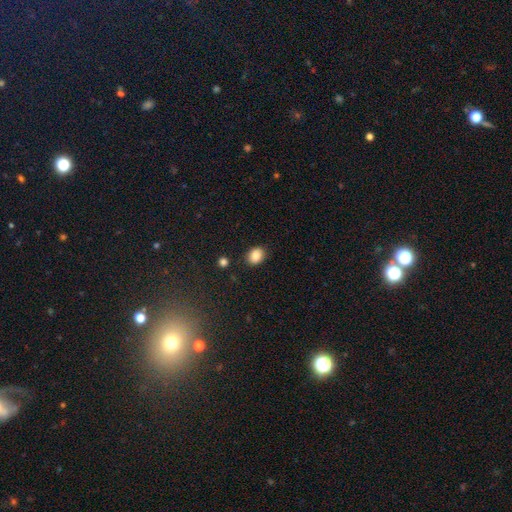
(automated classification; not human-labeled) This is clearly a smooth galaxy (86%). How rounded: likely in between (62%). Merging: clearly none (86%).